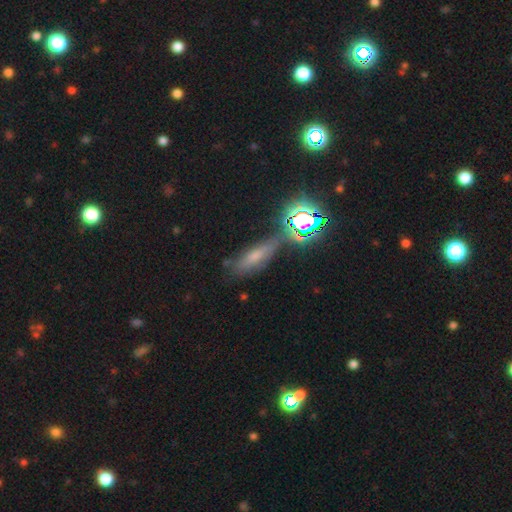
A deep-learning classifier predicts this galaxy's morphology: Smooth or featured?
  - smooth: 46% *
  - star or artifact: 33%
  - featured or disk: 21%
Merging?
  - none: 64% *
  - minor disturbance: 18%
  - merger: 11%
  - major disturbance: 7%